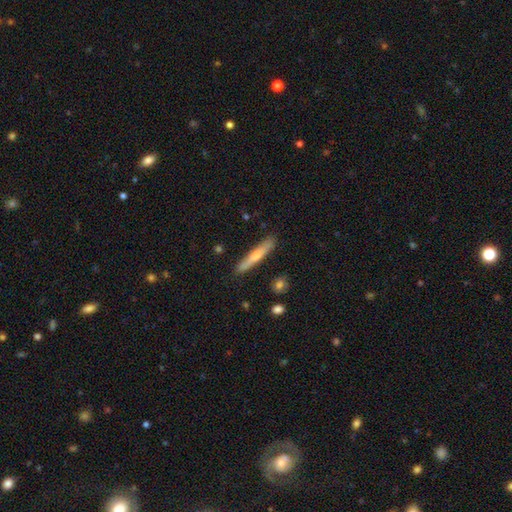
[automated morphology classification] Smooth or featured? Predicted: smooth (p=0.59). How rounded? Predicted: cigar-shaped (p=0.94). Merging? Predicted: none (p=0.88).